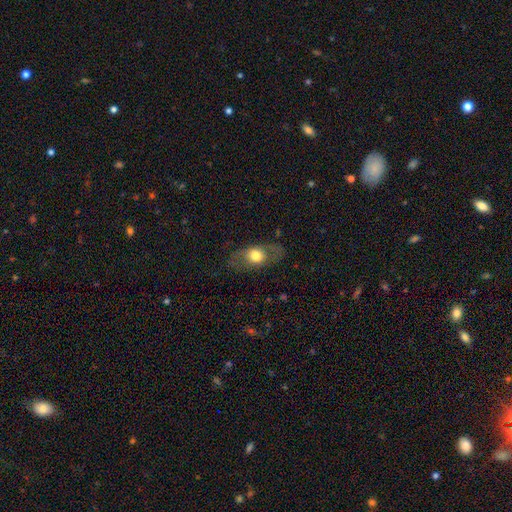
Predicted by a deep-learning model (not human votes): Morphology: type=smooth (54%); roundness=in between (73%); merging=none (76%).